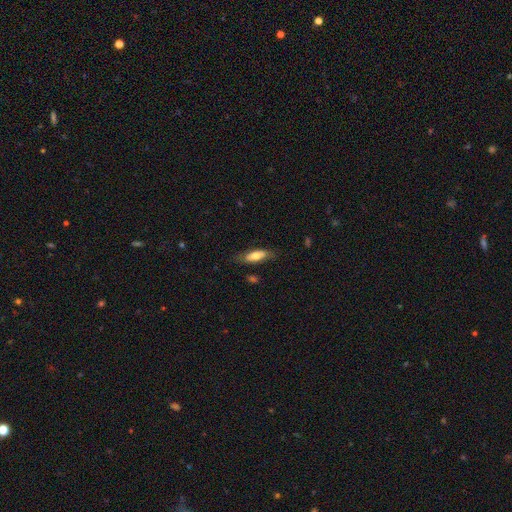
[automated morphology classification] A smooth galaxy with no disk features (66%) that is in between round and cigar-shaped (63%). Merging: none (74%).